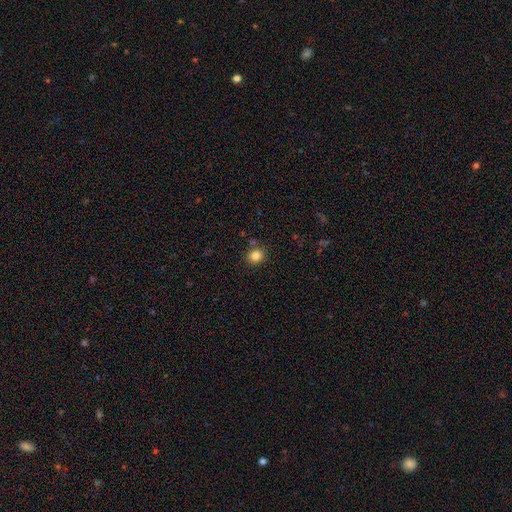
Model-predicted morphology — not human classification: Smooth or featured?
  - smooth: 83% *
  - star or artifact: 11%
  - featured or disk: 5%
How rounded?
  - round: 80% *
  - in between: 19%
  - cigar-shaped: 1%
Merging?
  - none: 83% *
  - minor disturbance: 9%
  - merger: 5%
  - major disturbance: 3%